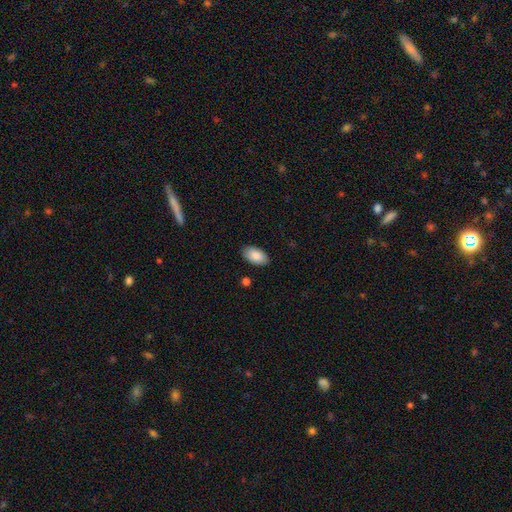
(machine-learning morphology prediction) type=smooth (87%); roundness=in between (95%); merging=none (86%).